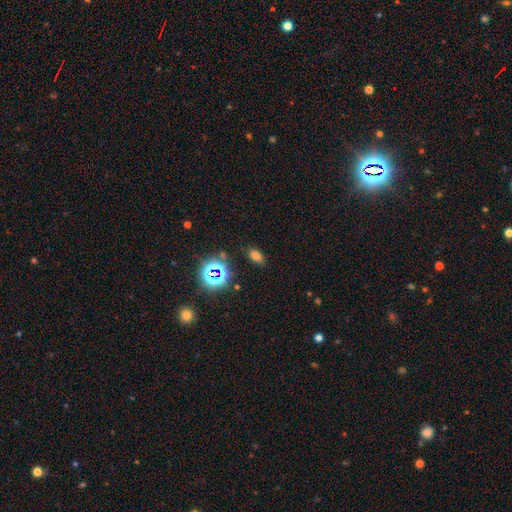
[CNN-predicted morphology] This is likely a smooth galaxy (66%). How rounded: clearly in between (86%). Merging: clearly none (82%).